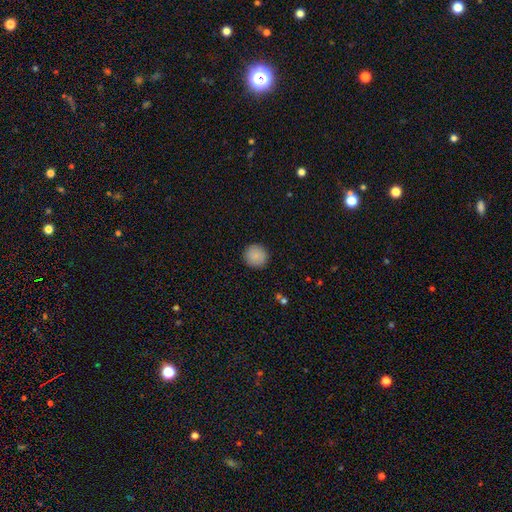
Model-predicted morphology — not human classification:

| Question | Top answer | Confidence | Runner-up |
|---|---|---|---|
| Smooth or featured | smooth | 88% | star or artifact (8%) |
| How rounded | round | 95% | in between (4%) |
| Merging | none | 92% | minor disturbance (5%) |